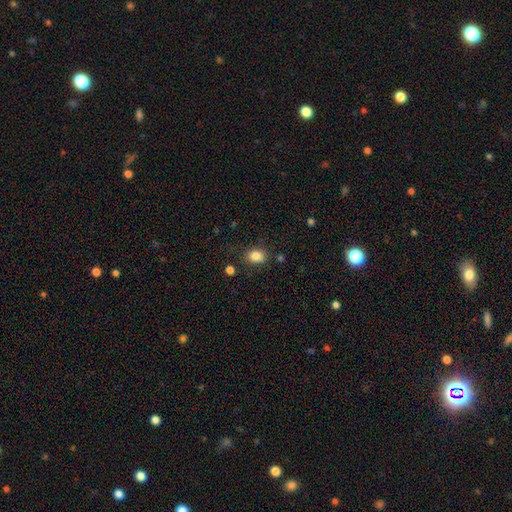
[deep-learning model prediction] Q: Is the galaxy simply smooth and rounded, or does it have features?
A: smooth — 84%.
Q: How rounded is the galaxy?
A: in between — 61%.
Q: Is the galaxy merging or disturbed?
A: none — 79%.